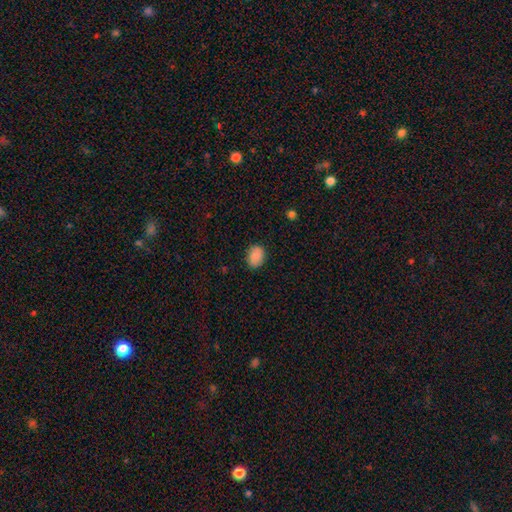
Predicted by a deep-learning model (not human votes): smooth 88%, star or artifact 8%, featured or disk 4%. Down the decision tree: how rounded — in between (73%); merging — none (84%).